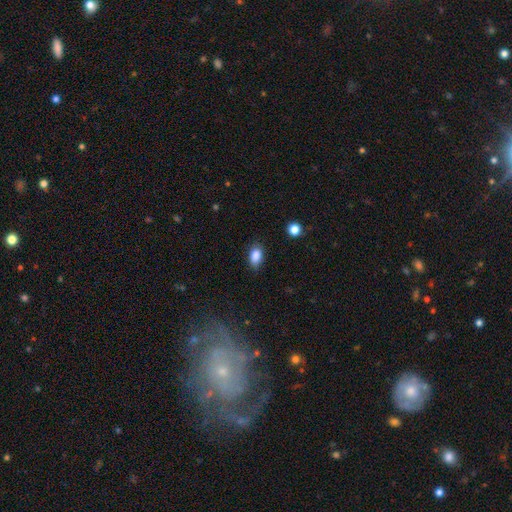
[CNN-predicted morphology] smooth 87%, star or artifact 9%, featured or disk 5%. Down the decision tree: how rounded — in between (87%); merging — none (79%).